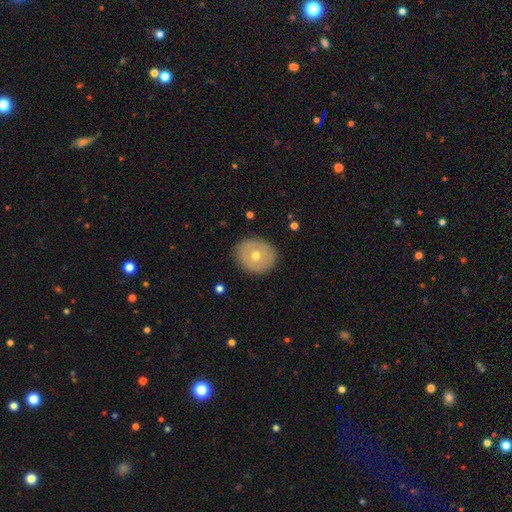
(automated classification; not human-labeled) A smooth galaxy with no disk features (58%) that is round (77%).

Vote fractions:
- Smooth or featured? smooth: 58% / featured or disk: 33% / star or artifact: 9%
- How rounded? round: 77% / in between: 22% / cigar-shaped: 1%
- Merging? none: 89% / minor disturbance: 8% / major disturbance: 2% / merger: 1%